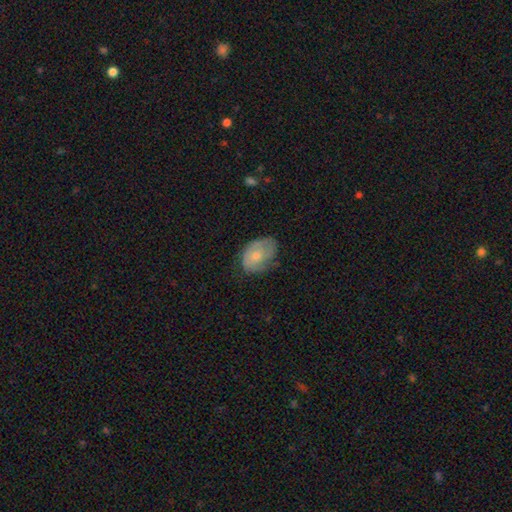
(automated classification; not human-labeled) This is possibly a smooth galaxy (57%). How rounded: likely in between (79%). Merging: possibly none (52%).